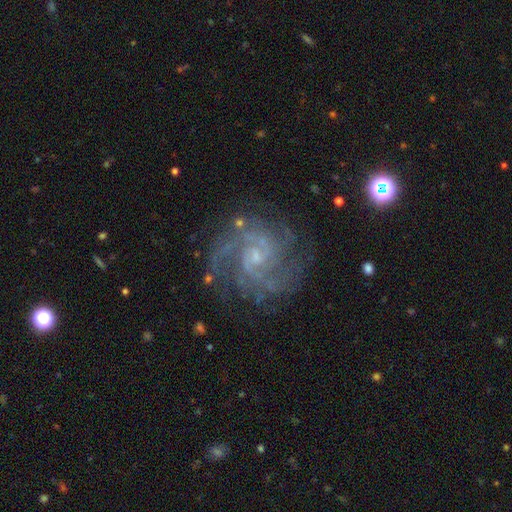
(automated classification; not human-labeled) Morphology: type=featured or disk (89%); edge-on=no (98%); bar=no (56%); spiral arms=yes (98%); winding=tight (47%); arm count=2 (40%); bulge=small (73%); merging=none (77%).